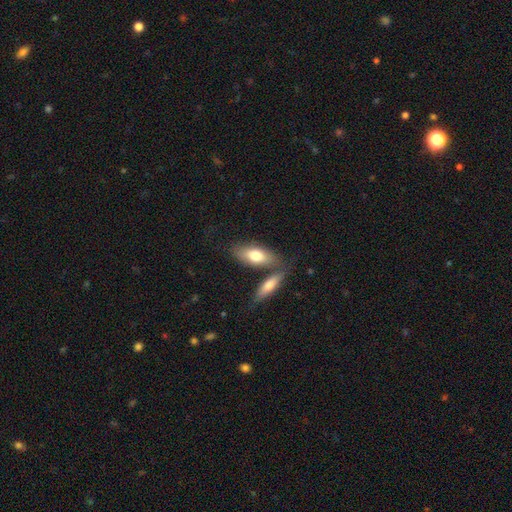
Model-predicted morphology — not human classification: Q: Smooth or featured?
A: smooth (73%); runner-up: featured or disk (22%)
Q: How rounded?
A: in between (80%); runner-up: cigar-shaped (17%)
Q: Merging?
A: none (56%); runner-up: merger (29%)